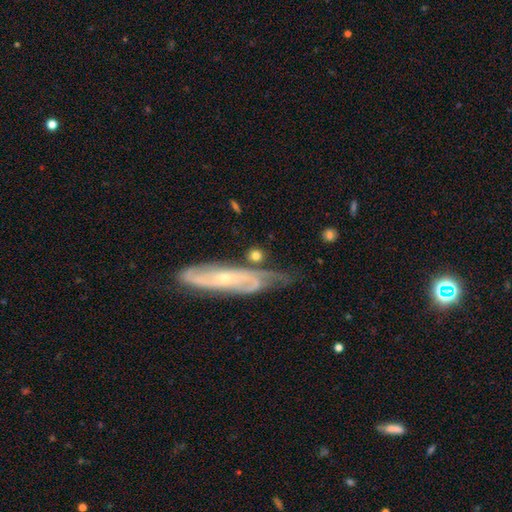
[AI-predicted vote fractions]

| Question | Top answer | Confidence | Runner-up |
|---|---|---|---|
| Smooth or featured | smooth | 62% | featured or disk (30%) |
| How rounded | round | 68% | in between (20%) |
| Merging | none | 65% | minor disturbance (16%) |